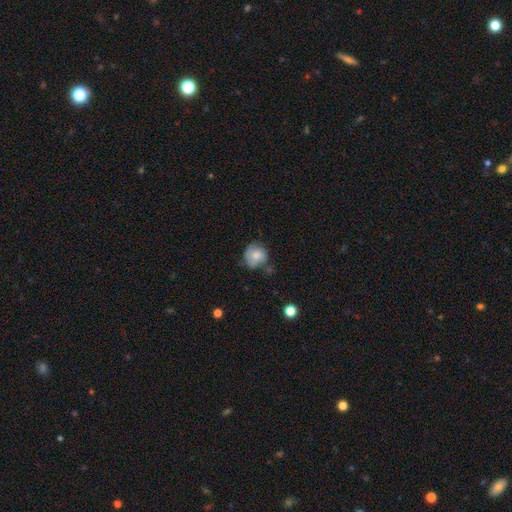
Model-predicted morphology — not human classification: This is likely a smooth galaxy (71%). How rounded: likely round (79%). Merging: possibly none (52%).